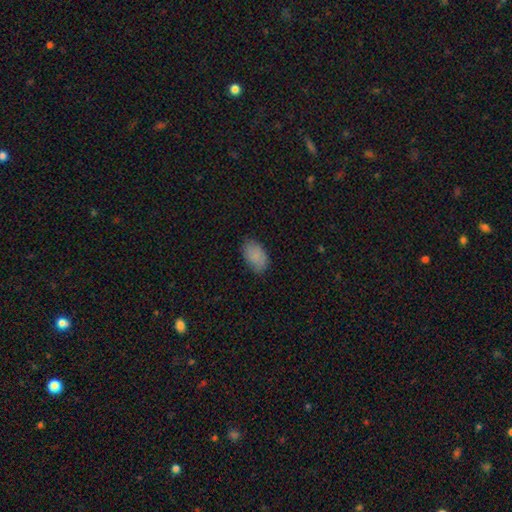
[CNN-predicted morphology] The model was most divided on "merging": none: 77%, minor disturbance: 18%, major disturbance: 4%, merger: 1%. More confident: how rounded — in between (91%); smooth or featured — smooth (84%).